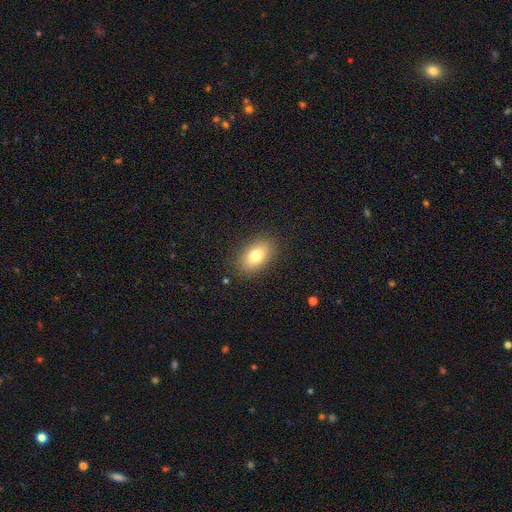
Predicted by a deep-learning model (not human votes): Overall: smooth (78%). How rounded: in between (87%). Merging: none (86%).